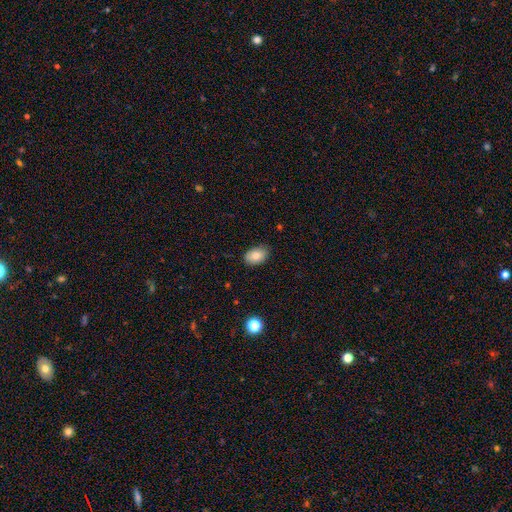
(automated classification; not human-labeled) smooth 80%, featured or disk 11%, star or artifact 8%. Down the decision tree: how rounded — in between (86%); merging — none (84%).